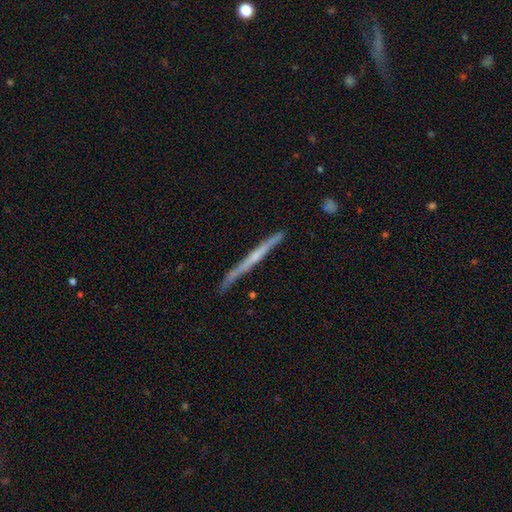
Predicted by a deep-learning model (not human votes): smooth-or-featured: featured or disk: 63% | smooth: 32% | star or artifact: 6%
  disk-edge-on: yes: 97% | no: 3%
    edge-on-bulge: none: 69% | rounded: 24% | boxy: 8%
  merging: none: 84% | minor disturbance: 13% | major disturbance: 2% | merger: 2%